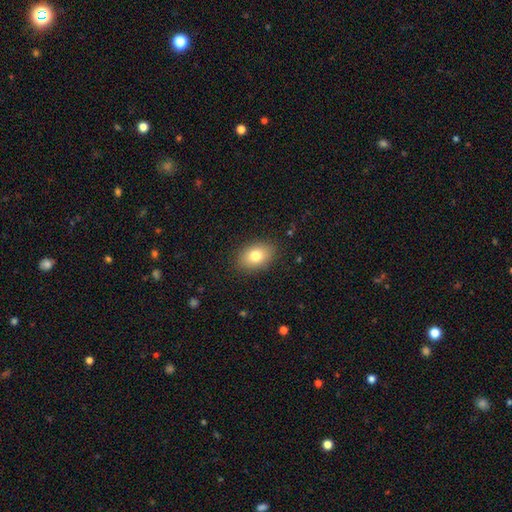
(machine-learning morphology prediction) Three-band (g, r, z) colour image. It shows a smooth galaxy with no disk features (79%) that is in between round and cigar-shaped (80%). Merging: none (87%).